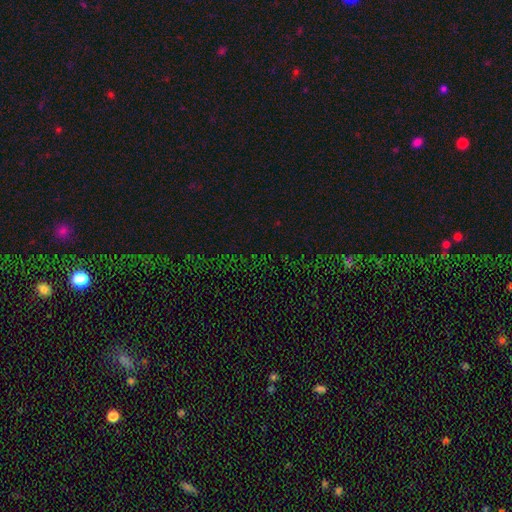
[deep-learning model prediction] Smooth or featured? star or artifact (75%)